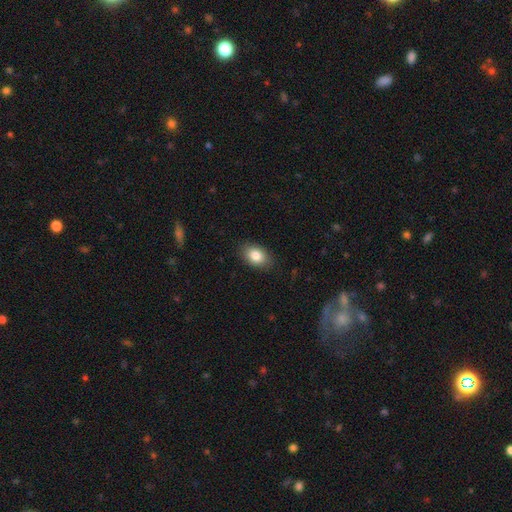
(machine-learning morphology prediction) The model was most divided on "how rounded": in between: 84%, round: 15%, cigar-shaped: 1%. More confident: merging — none (86%); smooth or featured — smooth (85%).